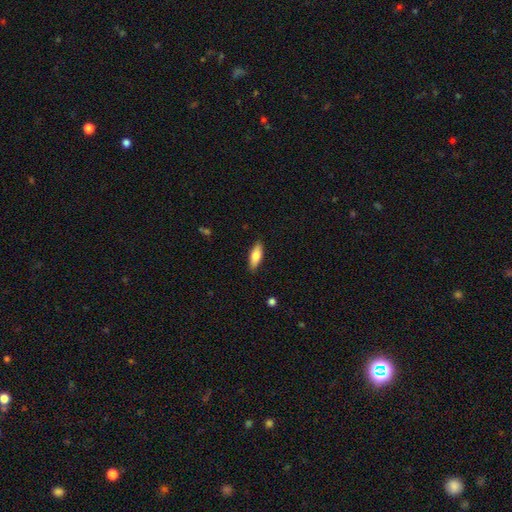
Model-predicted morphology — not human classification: smooth 76%, featured or disk 18%, star or artifact 6%. Down the decision tree: how rounded — in between (68%); merging — none (87%).